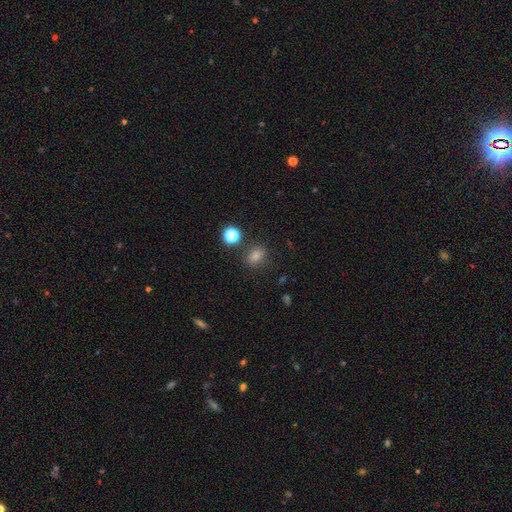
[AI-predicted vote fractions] This appears to be a smooth galaxy with no disk features (79%) that is in between round and cigar-shaped (61%). Merging: none (79%).